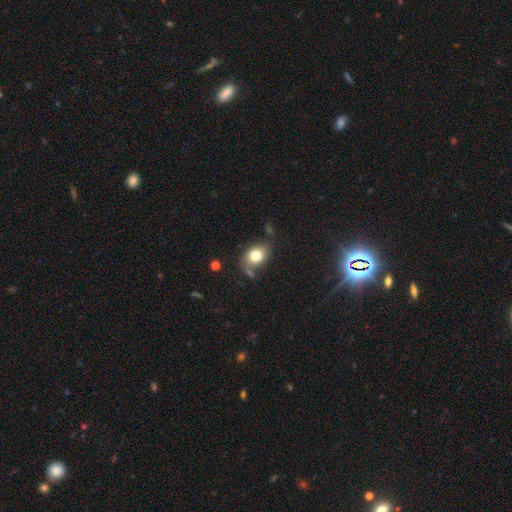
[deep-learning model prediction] Smooth or featured? smooth (78%)
How rounded? in between (67%)
Merging? none (68%)